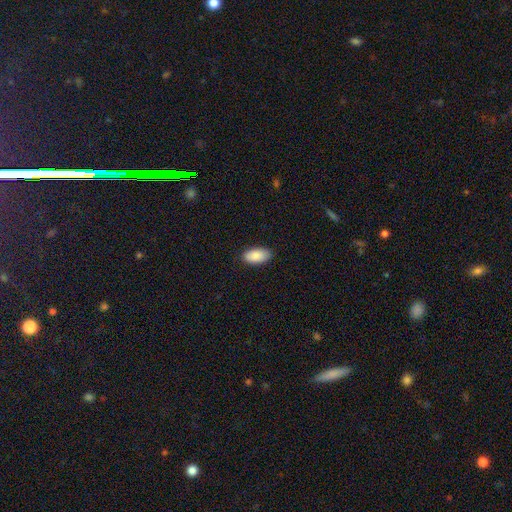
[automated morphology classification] smooth_or_featured: smooth (p=0.89) [alt: star or artifact p=0.06]
how_rounded: in between (p=0.95) [alt: cigar-shaped p=0.03]
merging: none (p=0.87) [alt: minor disturbance p=0.10]